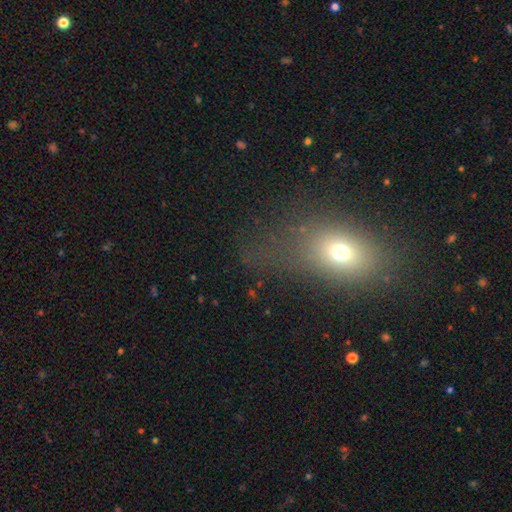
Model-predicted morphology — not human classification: Smooth or featured?
  - smooth: 57% *
  - star or artifact: 28%
  - featured or disk: 15%
How rounded?
  - in between: 55% *
  - round: 39%
  - cigar-shaped: 6%
Merging?
  - none: 56% *
  - major disturbance: 21%
  - minor disturbance: 19%
  - merger: 4%